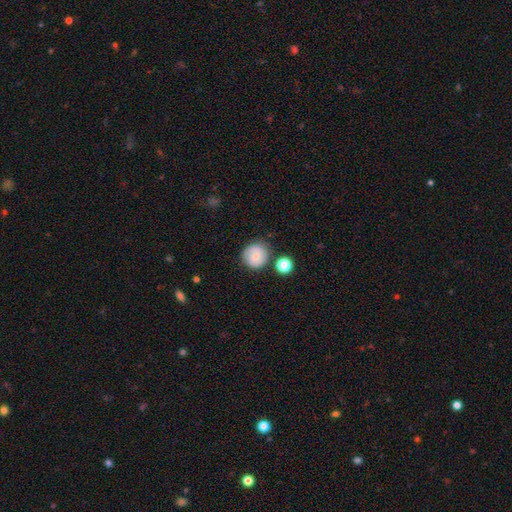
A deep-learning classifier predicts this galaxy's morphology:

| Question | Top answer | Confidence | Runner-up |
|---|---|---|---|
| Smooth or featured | smooth | 66% | featured or disk (25%) |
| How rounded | round | 89% | in between (10%) |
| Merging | none | 77% | minor disturbance (14%) |